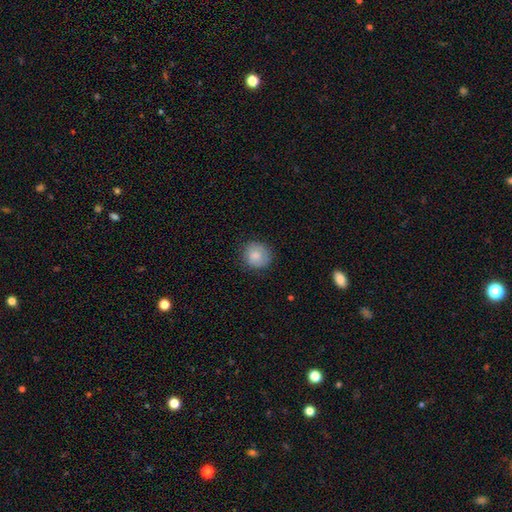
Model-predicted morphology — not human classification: The model was most divided on "merging": none: 80%, minor disturbance: 15%, major disturbance: 4%, merger: 1%. More confident: how rounded — round (88%); smooth or featured — smooth (80%).